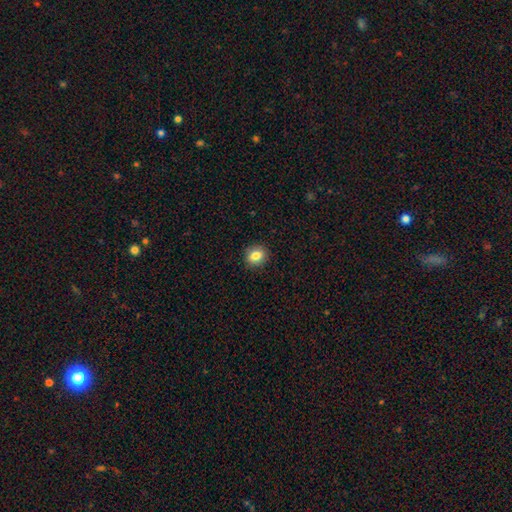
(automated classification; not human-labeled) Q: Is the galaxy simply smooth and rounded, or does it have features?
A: smooth — 83%.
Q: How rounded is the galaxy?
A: round — 72%.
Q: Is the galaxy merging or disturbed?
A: none — 91%.